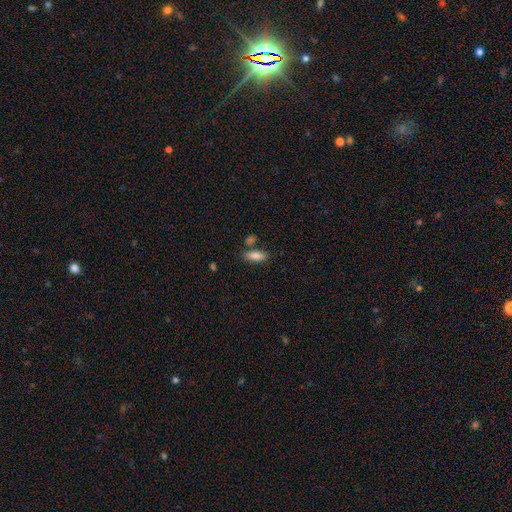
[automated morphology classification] Q: Smooth or featured?
A: smooth (86%); runner-up: featured or disk (7%)
Q: How rounded?
A: in between (75%); runner-up: cigar-shaped (23%)
Q: Merging?
A: none (71%); runner-up: merger (14%)